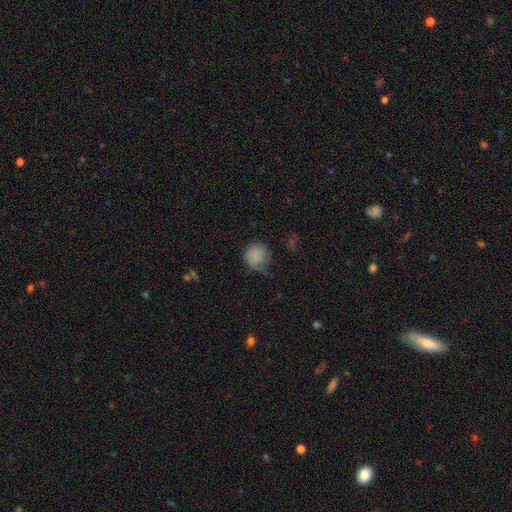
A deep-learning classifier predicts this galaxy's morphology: smooth_or_featured: smooth (p=0.82) [alt: star or artifact p=0.09]
how_rounded: round (p=0.88) [alt: in between p=0.11]
merging: none (p=0.58) [alt: minor disturbance p=0.31]